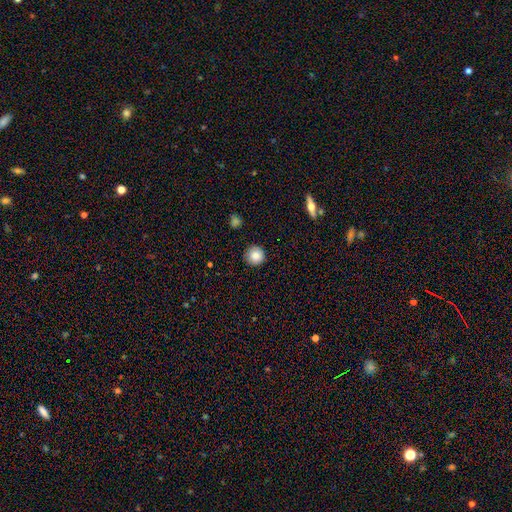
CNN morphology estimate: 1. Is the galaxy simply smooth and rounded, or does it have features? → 84% smooth, 9% star or artifact, 6% featured or disk.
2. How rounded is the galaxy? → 95% round, 4% in between, 1% cigar-shaped.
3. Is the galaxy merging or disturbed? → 91% none, 7% minor disturbance, 2% major disturbance, 1% merger.